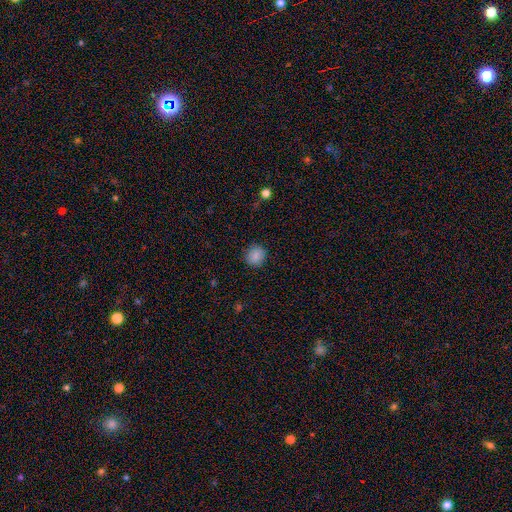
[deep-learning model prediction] This appears to be a smooth galaxy with no disk features (88%) that is round (82%). Merging: none (89%).